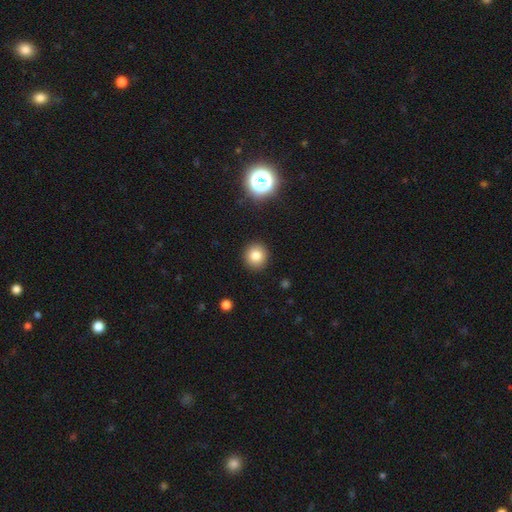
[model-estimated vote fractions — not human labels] This appears to be a smooth galaxy with no disk features (81%) that is round (91%). Merging: none (91%).